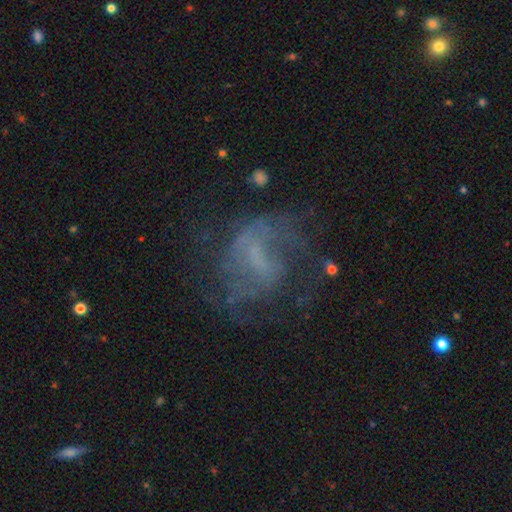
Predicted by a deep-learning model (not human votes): smooth_or_featured: featured or disk (p=0.64) [alt: smooth p=0.20]
disk_edge_on: no (p=0.97) [alt: yes p=0.03]
bar: weak (p=0.43) [alt: no p=0.38]
has_spiral_arms: yes (p=0.62) [alt: no p=0.38]
bulge_size: none (p=0.50) [alt: small p=0.29]
merging: none (p=0.52) [alt: major disturbance p=0.27]